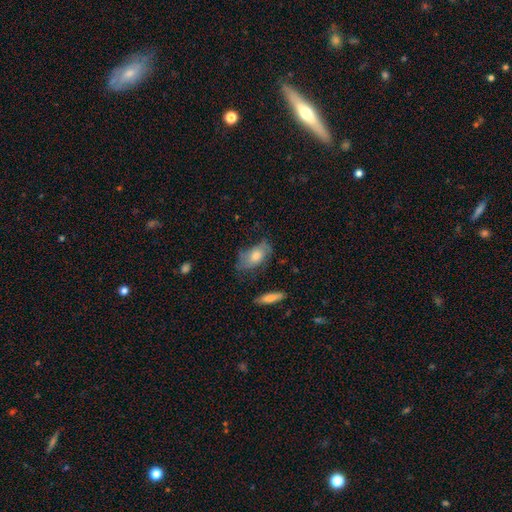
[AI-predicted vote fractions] A smooth galaxy with no disk features (50%).

Vote fractions:
- Smooth or featured? smooth: 50% / featured or disk: 41% / star or artifact: 9%
- Merging? none: 60% / minor disturbance: 26% / major disturbance: 12% / merger: 2%